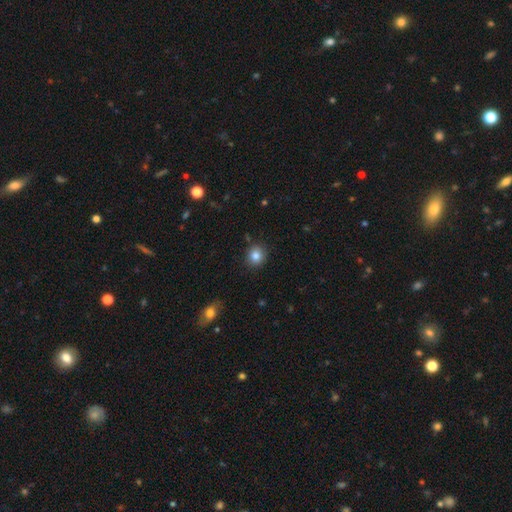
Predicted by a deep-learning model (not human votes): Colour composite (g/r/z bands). It shows a smooth galaxy with no disk features (84%) that is round (83%). Merging: none (88%).